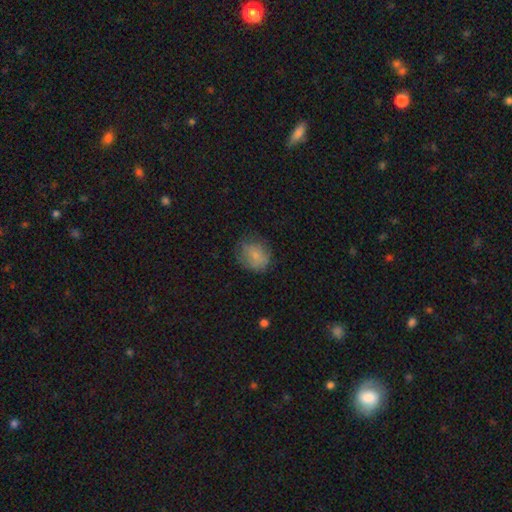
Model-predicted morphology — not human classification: This appears to be a smooth galaxy with no disk features (76%) that is round (70%). Merging: none (65%).